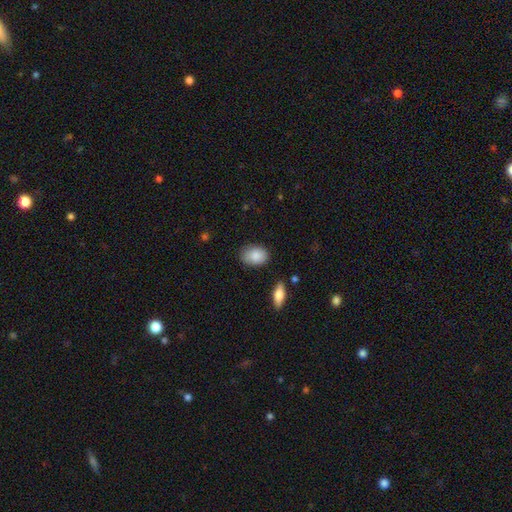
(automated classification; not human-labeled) Q: Smooth or featured?
A: smooth (87%); runner-up: featured or disk (7%)
Q: How rounded?
A: in between (82%); runner-up: round (16%)
Q: Merging?
A: none (77%); runner-up: minor disturbance (18%)